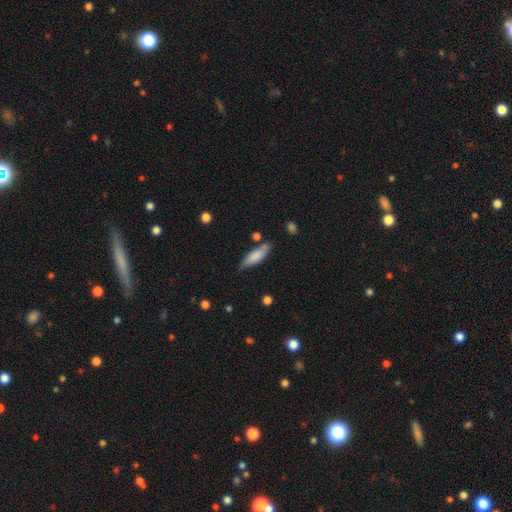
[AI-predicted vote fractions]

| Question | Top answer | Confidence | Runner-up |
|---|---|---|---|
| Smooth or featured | smooth | 76% | featured or disk (18%) |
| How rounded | cigar-shaped | 58% | in between (41%) |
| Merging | none | 75% | minor disturbance (17%) |